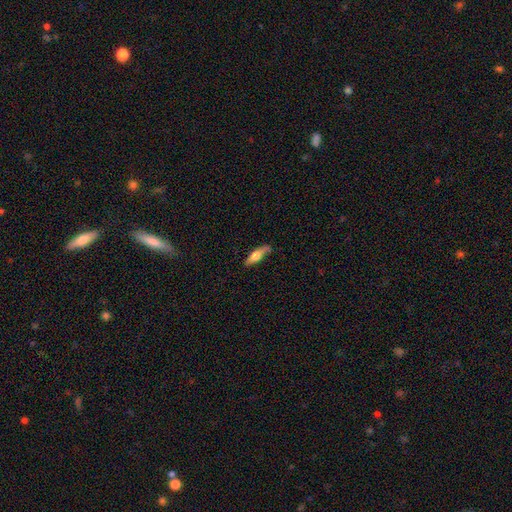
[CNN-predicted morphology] smooth 54%, featured or disk 40%, star or artifact 6%. Down the decision tree: how rounded — cigar-shaped (59%); merging — none (71%).